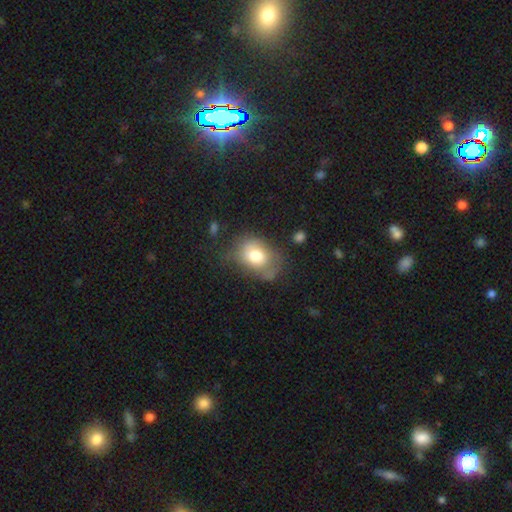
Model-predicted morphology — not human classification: Smooth or featured? smooth (72%)
How rounded? in between (69%)
Merging? none (46%)